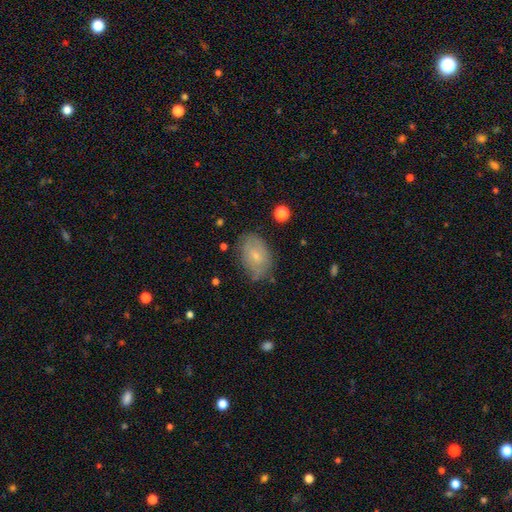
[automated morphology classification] A smooth galaxy with no disk features (53%) that is in between round and cigar-shaped (85%). Merging: none (70%).